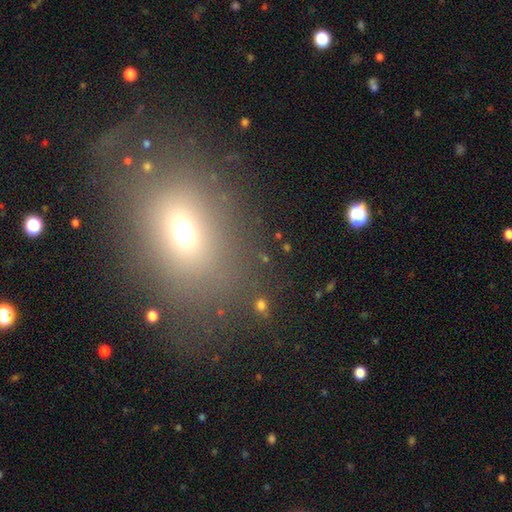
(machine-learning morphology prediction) Smooth or featured? Predicted: smooth (p=0.60). How rounded? Predicted: in between (p=0.70). Merging? Predicted: none (p=0.76).